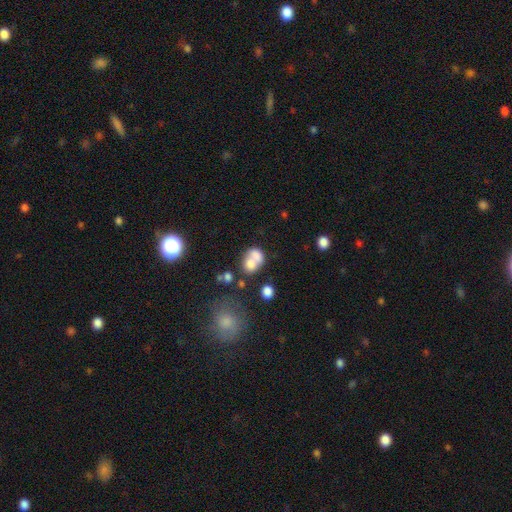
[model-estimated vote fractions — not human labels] smooth 68%, featured or disk 21%, star or artifact 11%. Down the decision tree: how rounded — in between (54%); merging — merger (60%).